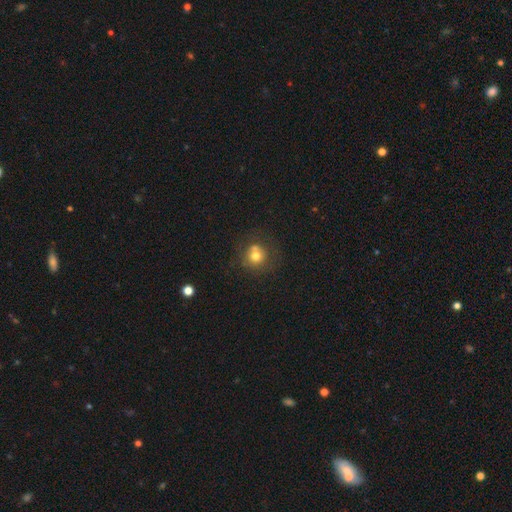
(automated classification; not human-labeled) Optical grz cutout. It shows a smooth galaxy with no disk features (70%) that is round (88%). Merging: none (57%).